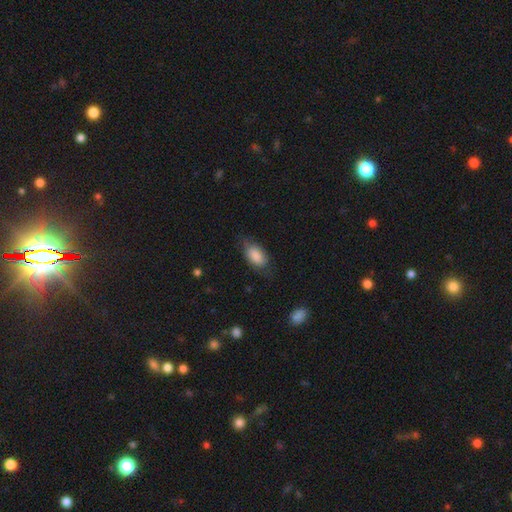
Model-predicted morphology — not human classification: The model was most divided on "merging": none: 61%, minor disturbance: 29%, major disturbance: 9%, merger: 1%. More confident: how rounded — in between (92%); smooth or featured — smooth (83%).